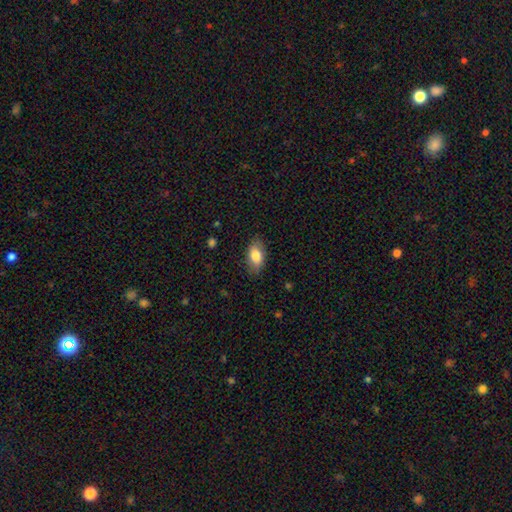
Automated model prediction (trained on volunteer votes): Smooth or featured?
  - smooth: 78% *
  - featured or disk: 15%
  - star or artifact: 7%
How rounded?
  - in between: 91% *
  - round: 6%
  - cigar-shaped: 3%
Merging?
  - none: 82% *
  - minor disturbance: 14%
  - major disturbance: 3%
  - merger: 1%